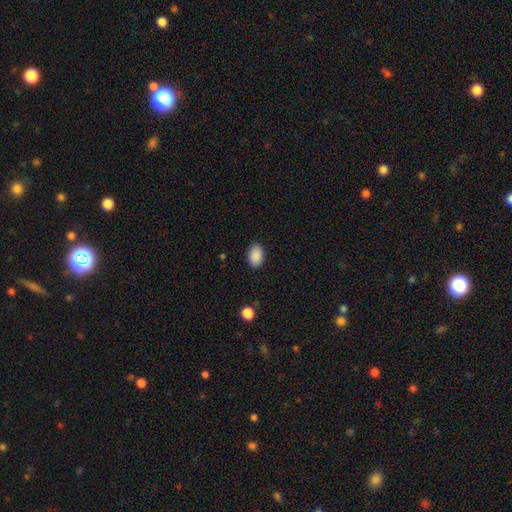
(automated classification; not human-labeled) Q: Smooth or featured?
A: smooth (89%); runner-up: star or artifact (7%)
Q: How rounded?
A: in between (90%); runner-up: round (9%)
Q: Merging?
A: none (88%); runner-up: minor disturbance (9%)